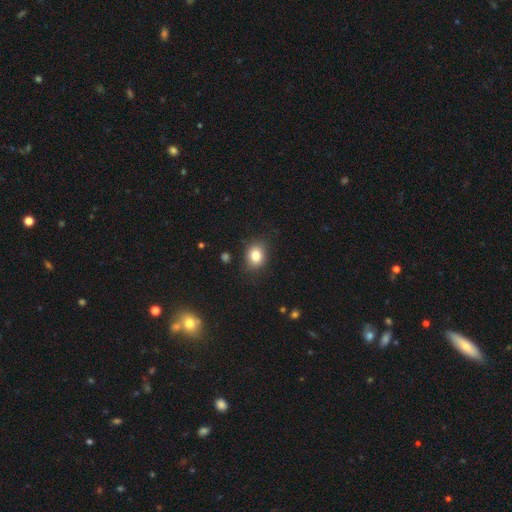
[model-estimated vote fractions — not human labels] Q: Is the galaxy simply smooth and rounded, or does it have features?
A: smooth — 81%.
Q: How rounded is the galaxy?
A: round — 52%.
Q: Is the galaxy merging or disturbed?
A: none — 83%.